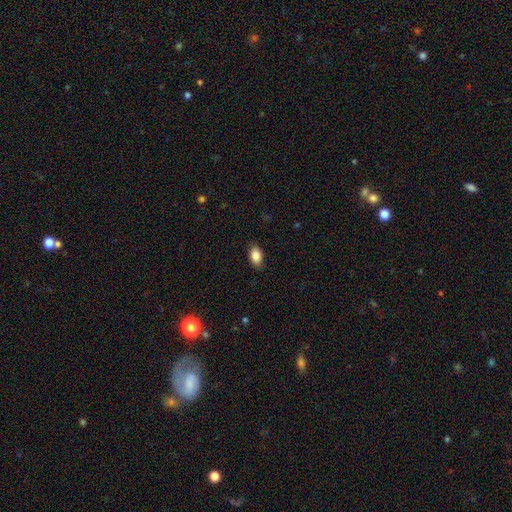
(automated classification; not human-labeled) smooth 86%, star or artifact 7%, featured or disk 7%. Down the decision tree: how rounded — in between (91%); merging — none (86%).